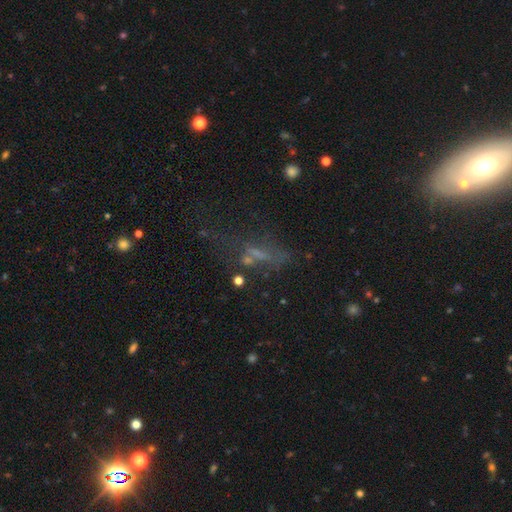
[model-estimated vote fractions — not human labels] Smooth or featured: star or artifact — 39% (smooth — 31%)